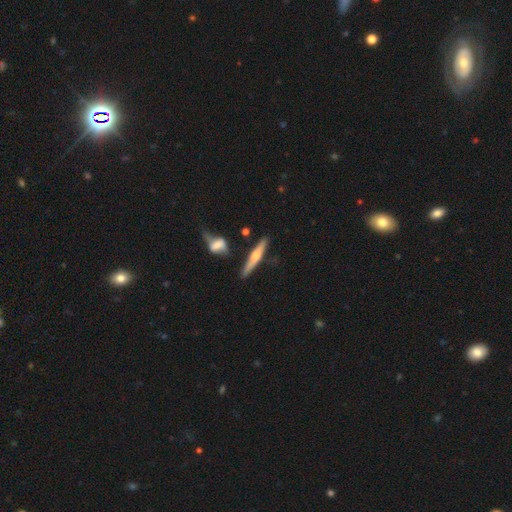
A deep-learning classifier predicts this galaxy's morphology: A featured or disk galaxy (58%) viewed edge-on (96%) with a rounded central bulge (82%). Merging: none (80%).